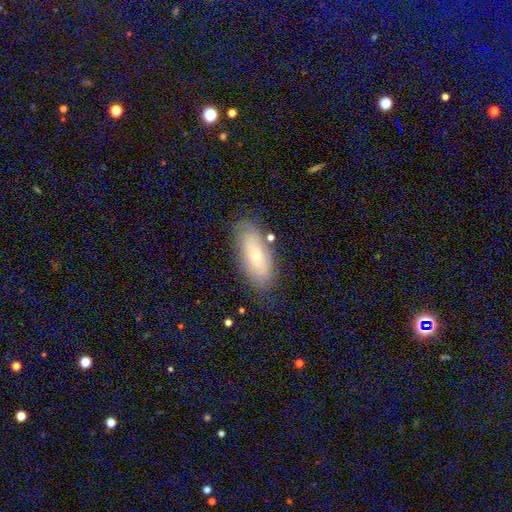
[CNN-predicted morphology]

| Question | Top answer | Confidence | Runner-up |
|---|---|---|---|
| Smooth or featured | smooth | 51% | featured or disk (39%) |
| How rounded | in between | 79% | cigar-shaped (19%) |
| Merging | none | 72% | minor disturbance (20%) |